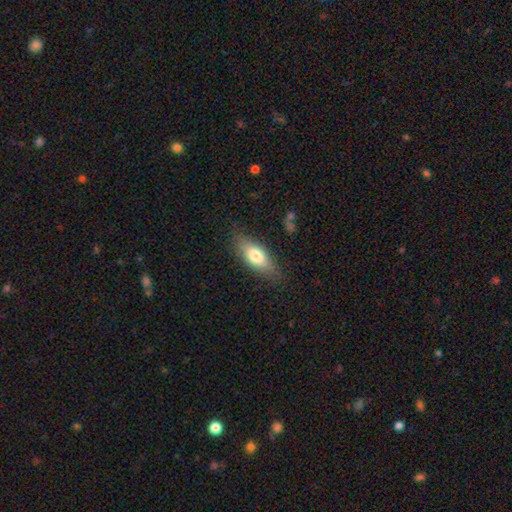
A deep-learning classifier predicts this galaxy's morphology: smooth_or_featured: smooth (p=0.70) [alt: featured or disk p=0.24]
how_rounded: in between (p=0.69) [alt: cigar-shaped p=0.28]
merging: none (p=0.81) [alt: minor disturbance p=0.14]